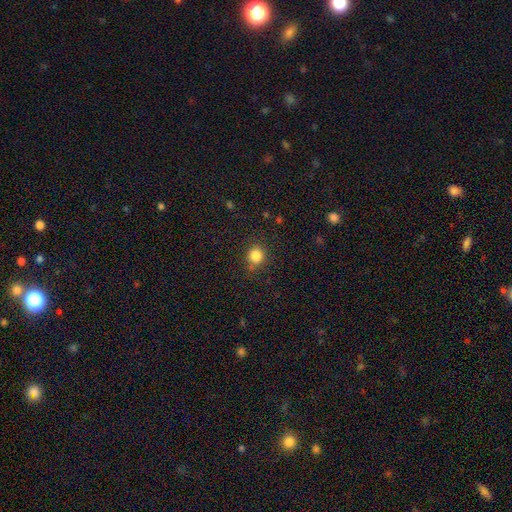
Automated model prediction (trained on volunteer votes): Smooth or featured: smooth — 83% (star or artifact — 12%)
How rounded: round — 84% (in between — 15%)
Merging: none — 83% (minor disturbance — 11%)